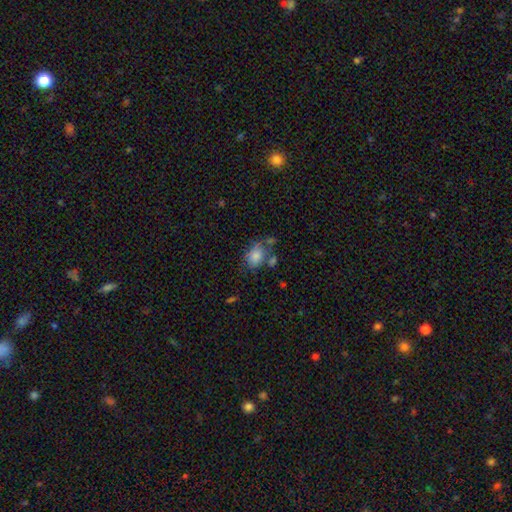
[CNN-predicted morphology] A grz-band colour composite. It shows a smooth galaxy with no disk features (80%) that is in between round and cigar-shaped (73%). Merging: none (49%).